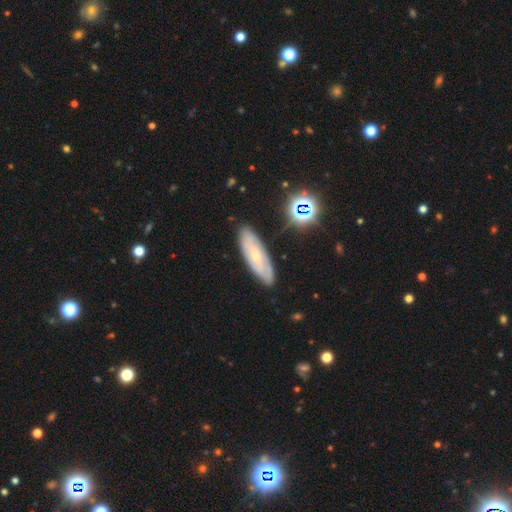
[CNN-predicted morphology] A featured or disk galaxy (54%).

Vote fractions:
- Smooth or featured? featured or disk: 54% / smooth: 37% / star or artifact: 9%
- Edge-on disk? no: 76% / yes: 24%
- Merging? none: 82% / minor disturbance: 13% / major disturbance: 3% / merger: 2%